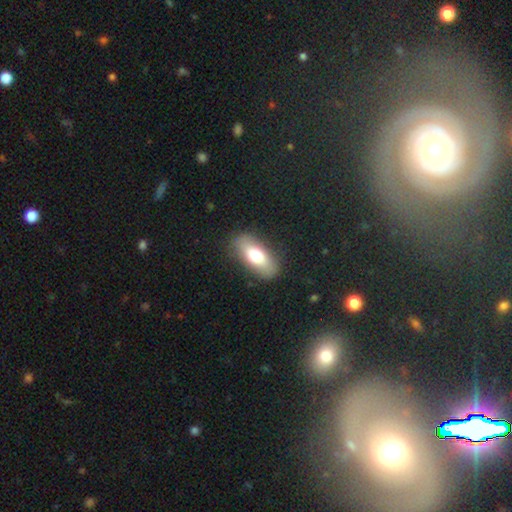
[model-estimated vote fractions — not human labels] Smooth or featured: smooth — 72% (featured or disk — 21%)
How rounded: in between — 84% (cigar-shaped — 12%)
Merging: none — 85% (minor disturbance — 11%)